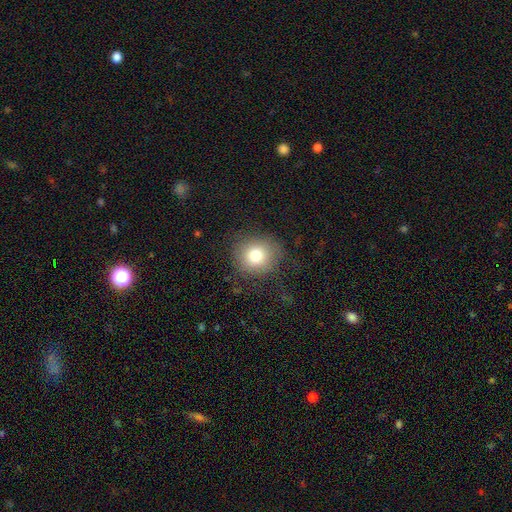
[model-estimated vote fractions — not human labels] smooth 78%, star or artifact 11%, featured or disk 10%. Down the decision tree: how rounded — round (86%); merging — none (78%).